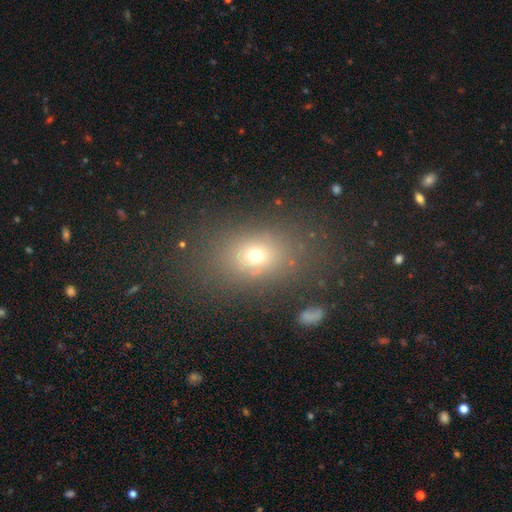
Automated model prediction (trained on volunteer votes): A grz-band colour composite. It shows a smooth galaxy with no disk features (66%) that is in between round and cigar-shaped (65%). Merging: none (78%).